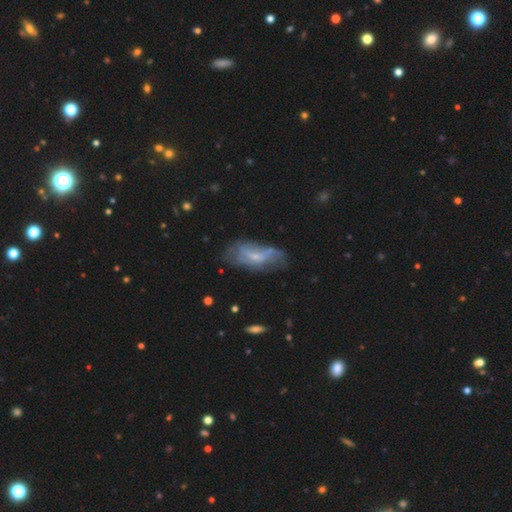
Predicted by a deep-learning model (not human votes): smooth_or_featured: featured or disk (p=0.61) [alt: smooth p=0.30]
disk_edge_on: no (p=0.89) [alt: yes p=0.11]
bar: no (p=0.50) [alt: weak p=0.41]
has_spiral_arms: yes (p=0.63) [alt: no p=0.37]
bulge_size: small (p=0.66) [alt: moderate p=0.21]
merging: none (p=0.50) [alt: minor disturbance p=0.28]